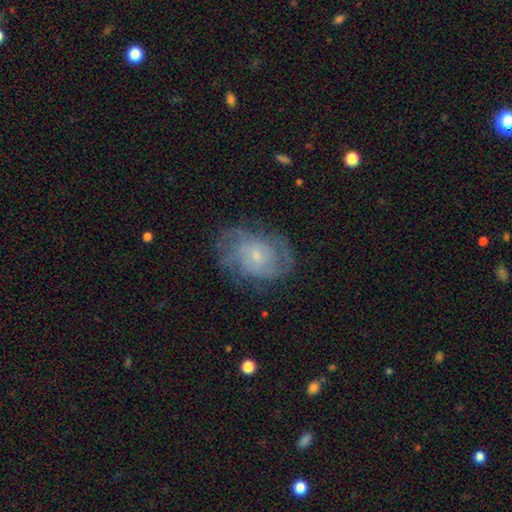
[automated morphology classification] Overall: featured or disk (72%). Edge-on disk: no (97%). Bar: no (74%). Spiral arms: yes (85%). Spiral arm count: can't tell (45%; 2 24%). Spiral winding: tight (50%; medium 37%). Bulge size: small (69%). Merging: none (65%).